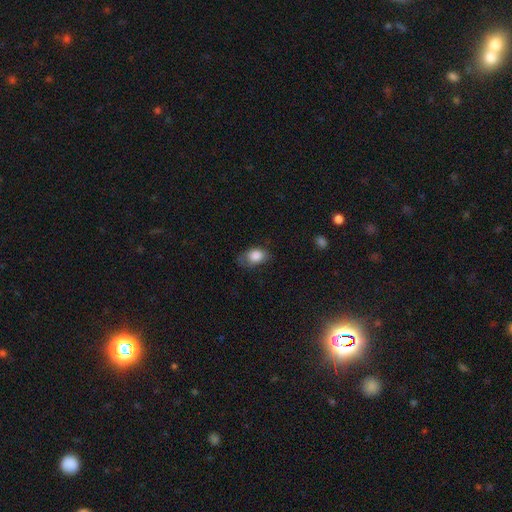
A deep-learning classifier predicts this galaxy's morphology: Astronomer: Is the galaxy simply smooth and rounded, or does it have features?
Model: smooth — 84%.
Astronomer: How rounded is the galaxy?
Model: in between — 75%.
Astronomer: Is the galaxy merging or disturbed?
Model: none — 53% (runner-up: minor disturbance, 33%).